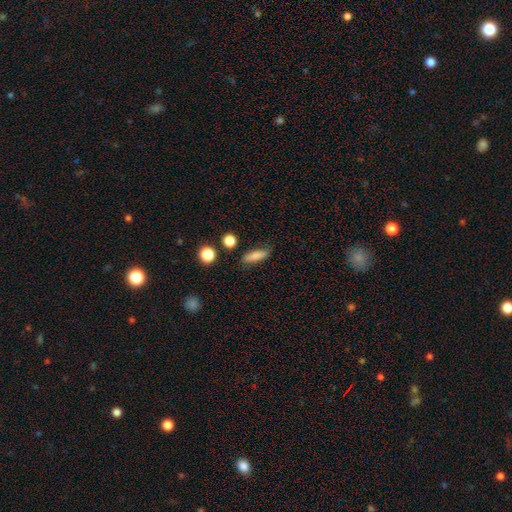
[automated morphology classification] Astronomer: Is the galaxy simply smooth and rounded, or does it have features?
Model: smooth — 83%.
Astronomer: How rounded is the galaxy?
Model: in between — 49% (runner-up: cigar-shaped, 46%).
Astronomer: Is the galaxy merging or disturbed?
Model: none — 82%.